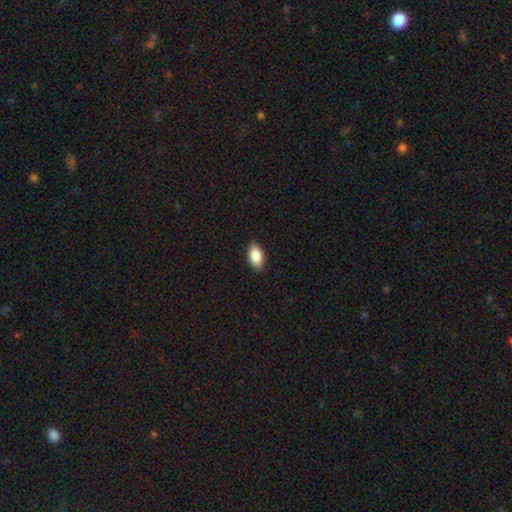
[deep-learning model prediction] Overall: smooth (88%). How rounded: in between (93%). Merging: none (89%).